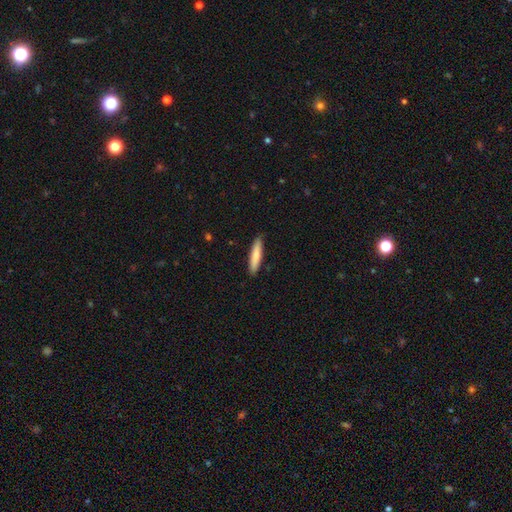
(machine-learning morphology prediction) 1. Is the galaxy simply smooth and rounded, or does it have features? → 81% smooth, 14% featured or disk, 5% star or artifact.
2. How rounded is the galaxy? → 87% cigar-shaped, 12% in between, 1% round.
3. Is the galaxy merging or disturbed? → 89% none, 8% minor disturbance, 2% major disturbance, 1% merger.